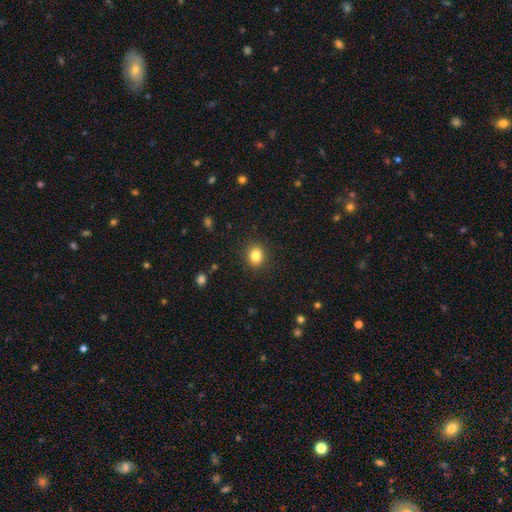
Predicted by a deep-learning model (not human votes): smooth 84%, star or artifact 10%, featured or disk 6%. Down the decision tree: how rounded — round (68%); merging — none (90%).